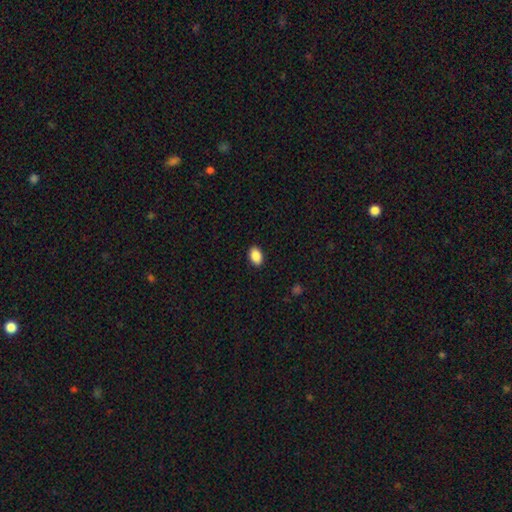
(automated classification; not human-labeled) A smooth galaxy with no disk features (89%) that is in between round and cigar-shaped (89%).

Vote fractions:
- Smooth or featured? smooth: 89% / star or artifact: 8% / featured or disk: 4%
- How rounded? in between: 89% / round: 9% / cigar-shaped: 1%
- Merging? none: 90% / minor disturbance: 8% / major disturbance: 2% / merger: 1%